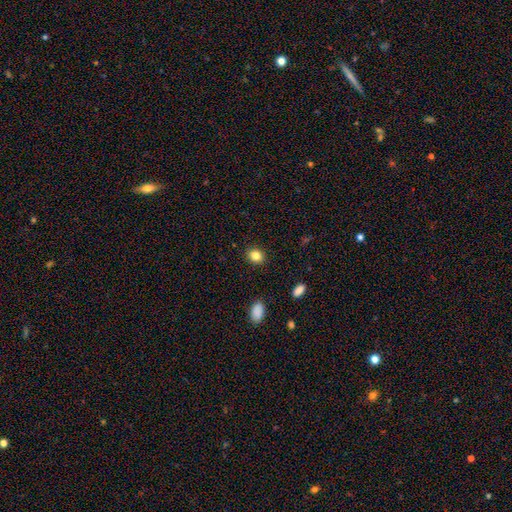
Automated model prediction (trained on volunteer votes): Overall: smooth (84%). How rounded: round (61%; in between 38%). Merging: none (90%).